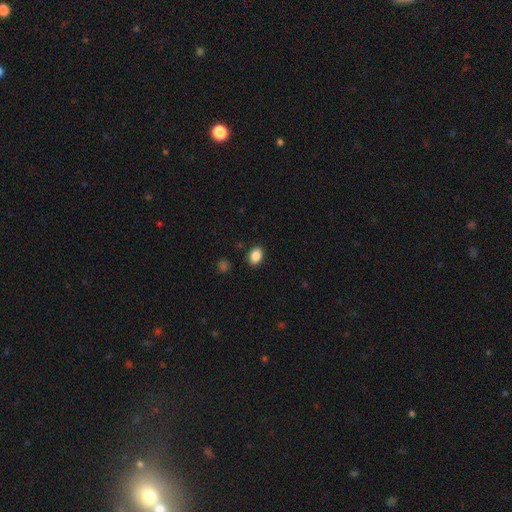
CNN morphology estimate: This is clearly a smooth galaxy (88%). How rounded: likely in between (75%). Merging: clearly none (88%).